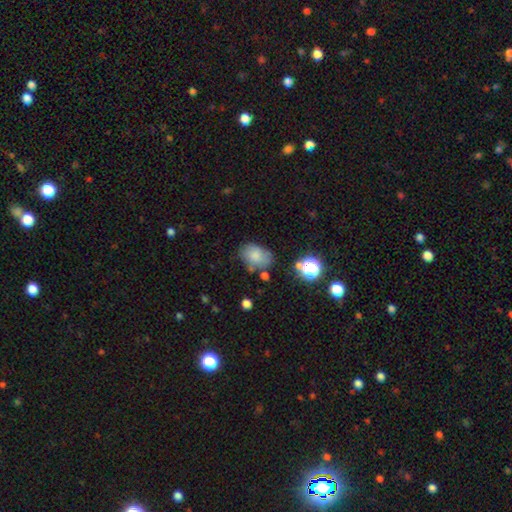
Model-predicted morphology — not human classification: This is likely a smooth galaxy (75%). How rounded: likely in between (77%). Merging: possibly none (60%).